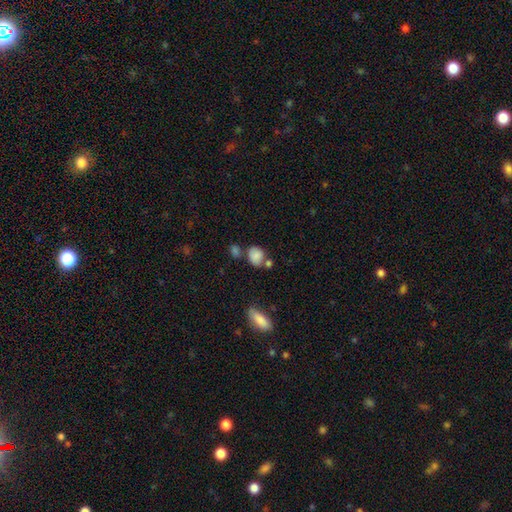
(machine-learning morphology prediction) Smooth or featured? smooth (83%)
How rounded? round (53%)
Merging? none (52%)